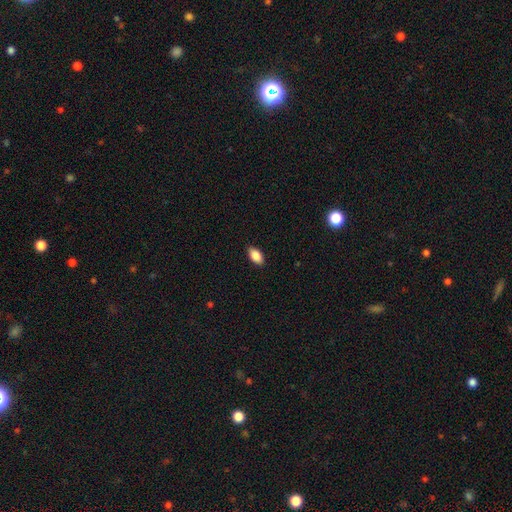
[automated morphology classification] smooth 87%, star or artifact 7%, featured or disk 6%. Down the decision tree: how rounded — in between (92%); merging — none (89%).